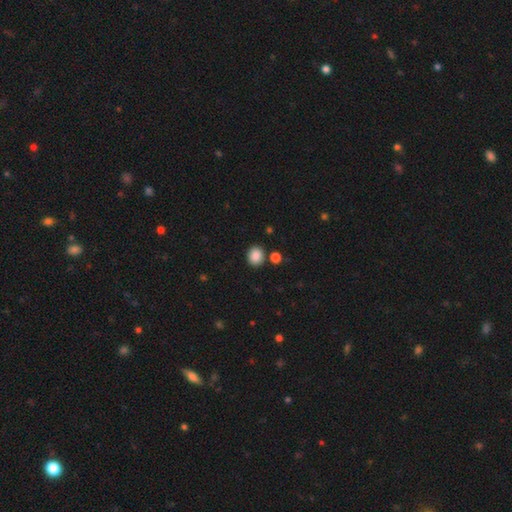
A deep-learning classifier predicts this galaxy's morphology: smooth-or-featured: smooth: 87% | star or artifact: 9% | featured or disk: 4%
  how-rounded: round: 67% | in between: 32% | cigar-shaped: 1%
  merging: none: 83% | minor disturbance: 8% | merger: 7% | major disturbance: 2%